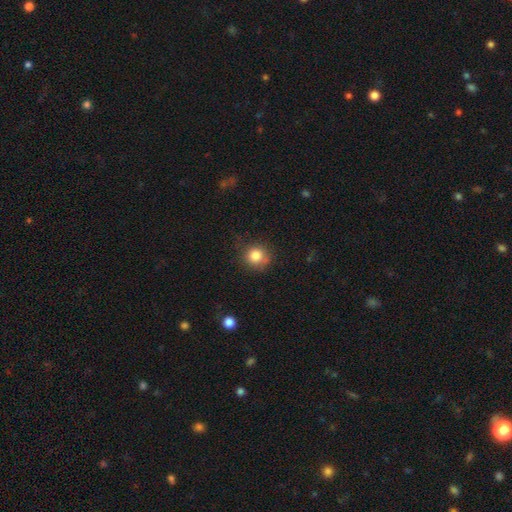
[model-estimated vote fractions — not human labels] smooth-or-featured: smooth: 83% | star or artifact: 11% | featured or disk: 6%
  how-rounded: round: 89% | in between: 10% | cigar-shaped: 1%
  merging: none: 77% | minor disturbance: 17% | major disturbance: 5% | merger: 2%